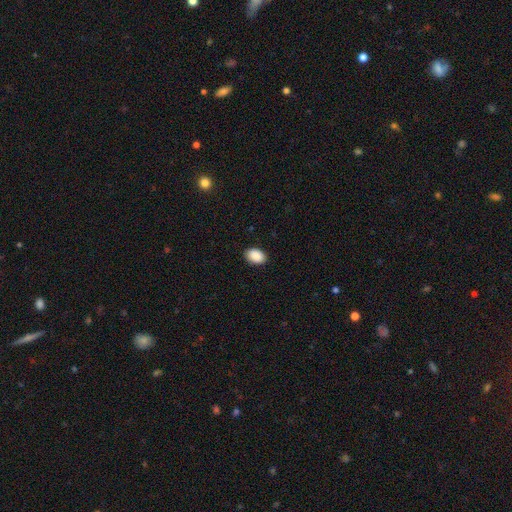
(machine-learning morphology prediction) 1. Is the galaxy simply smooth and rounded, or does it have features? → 91% smooth, 7% star or artifact, 2% featured or disk.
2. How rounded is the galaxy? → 88% in between, 11% round, 1% cigar-shaped.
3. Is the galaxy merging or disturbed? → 90% none, 8% minor disturbance, 2% major disturbance, 1% merger.